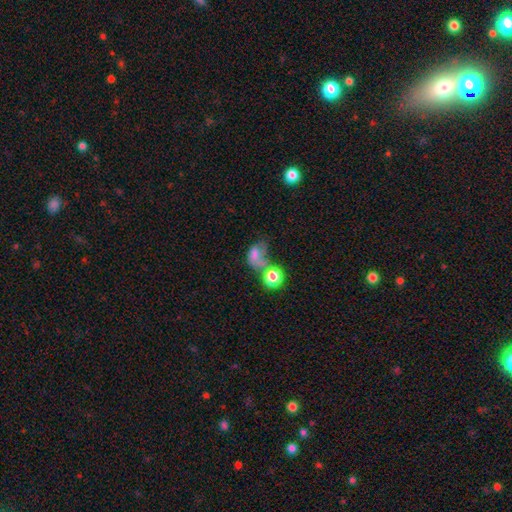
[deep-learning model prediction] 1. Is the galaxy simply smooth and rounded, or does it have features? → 61% smooth, 24% featured or disk, 15% star or artifact.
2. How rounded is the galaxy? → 66% in between, 32% round, 2% cigar-shaped.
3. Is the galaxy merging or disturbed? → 38% merger, 29% major disturbance, 19% none, 14% minor disturbance.